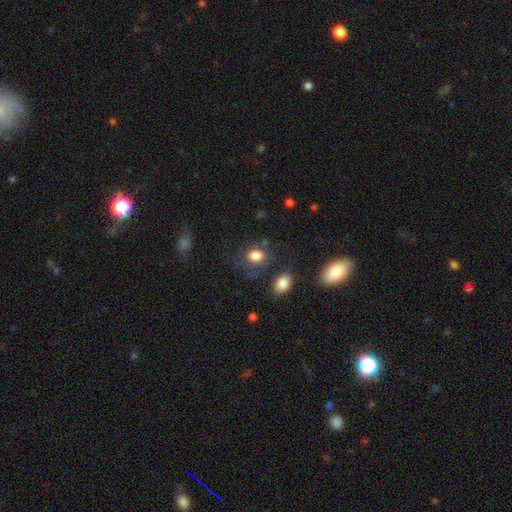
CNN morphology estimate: The model was most divided on "how rounded": round: 51%, in between: 48%, cigar-shaped: 1%. More confident: smooth or featured — smooth (82%); merging — none (64%).